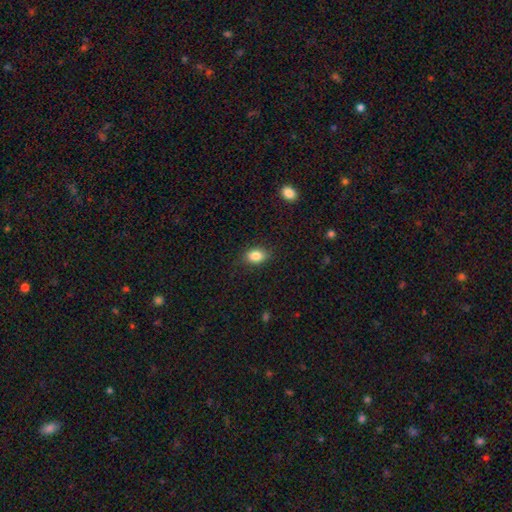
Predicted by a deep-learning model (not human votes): Smooth or featured? Predicted: smooth (p=0.85). How rounded? Predicted: in between (p=0.76). Merging? Predicted: none (p=0.85).